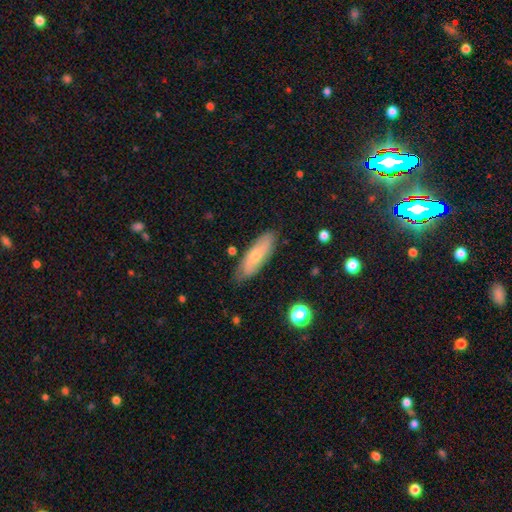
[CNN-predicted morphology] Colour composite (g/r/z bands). It shows a smooth galaxy with no disk features (61%) that is in between round and cigar-shaped (55%). Merging: none (80%).